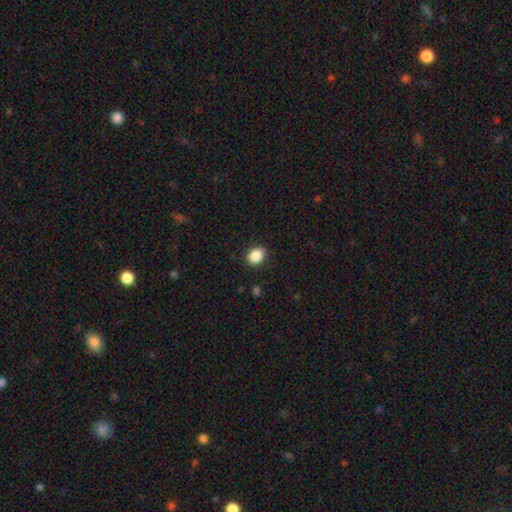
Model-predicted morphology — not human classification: The model was most divided on "how rounded": in between: 59%, round: 40%, cigar-shaped: 1%. More confident: merging — none (90%); smooth or featured — smooth (88%).